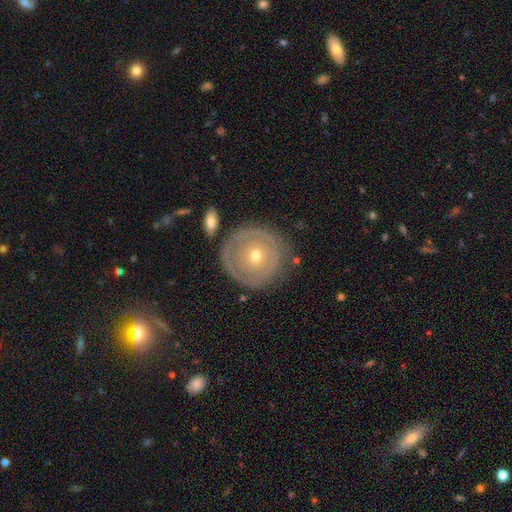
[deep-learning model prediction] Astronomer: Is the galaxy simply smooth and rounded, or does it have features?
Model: featured or disk — 59% (runner-up: smooth, 34%).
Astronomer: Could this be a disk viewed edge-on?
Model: no — 96%.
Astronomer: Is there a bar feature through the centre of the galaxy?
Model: no — 85%.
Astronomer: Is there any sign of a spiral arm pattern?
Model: no — 60% (runner-up: yes, 40%).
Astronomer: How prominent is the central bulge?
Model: small — 59% (runner-up: moderate, 38%).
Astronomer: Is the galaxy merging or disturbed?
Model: none — 77%.